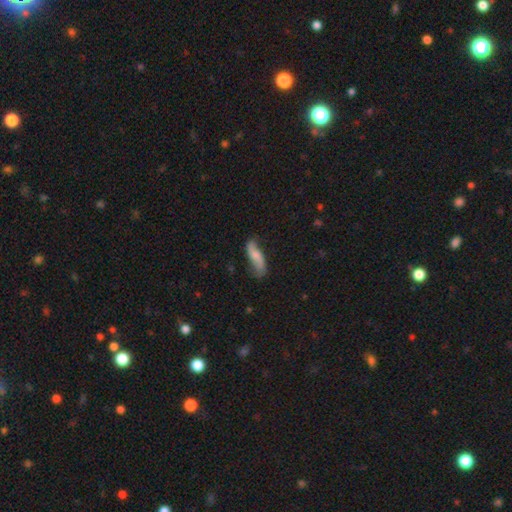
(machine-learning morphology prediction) This is possibly a featured or disk galaxy (52%). It is clearly not viewed edge-on (84%). Merging: likely none (67%).